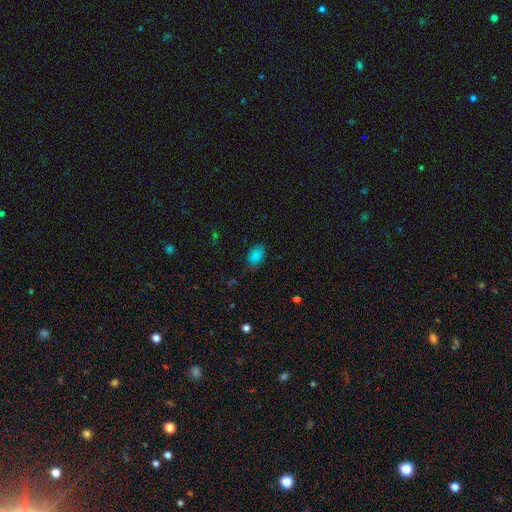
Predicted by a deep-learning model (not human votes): This appears to be a smooth galaxy with no disk features (85%) that is in between round and cigar-shaped (88%). Merging: none (78%).